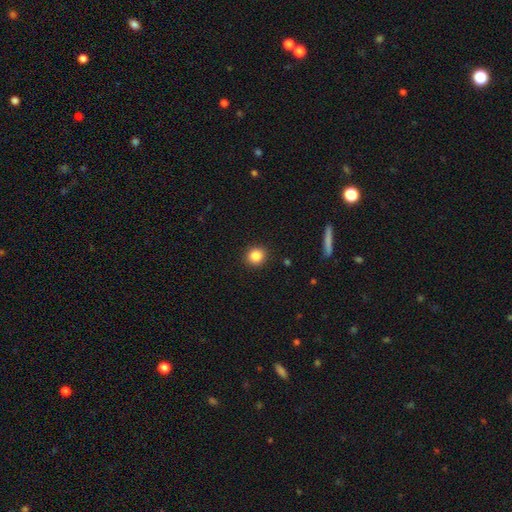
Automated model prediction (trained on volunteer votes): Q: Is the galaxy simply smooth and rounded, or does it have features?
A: smooth — 85%.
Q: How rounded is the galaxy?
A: round — 87%.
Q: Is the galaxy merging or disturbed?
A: none — 91%.